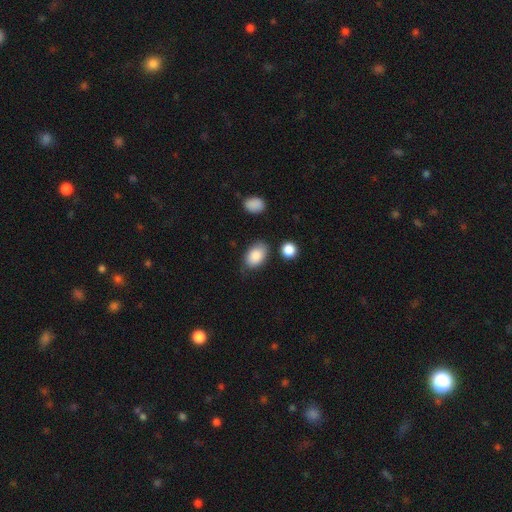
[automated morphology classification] The model was most divided on "merging": none: 69%, minor disturbance: 21%, major disturbance: 5%, merger: 4%. More confident: how rounded — in between (88%); smooth or featured — smooth (86%).